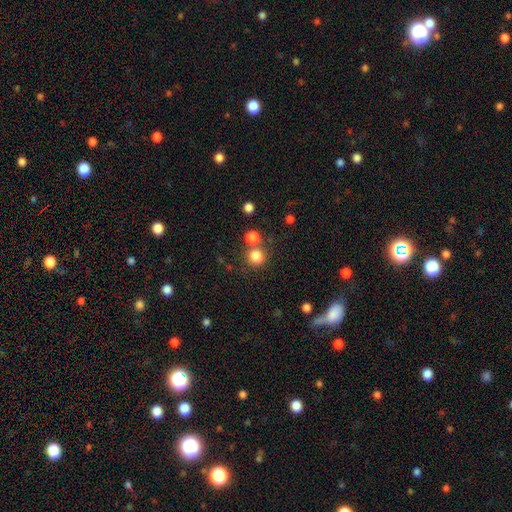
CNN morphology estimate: The model was most divided on "merging": none: 70%, merger: 19%, minor disturbance: 8%, major disturbance: 3%. More confident: how rounded — round (90%); smooth or featured — smooth (82%).